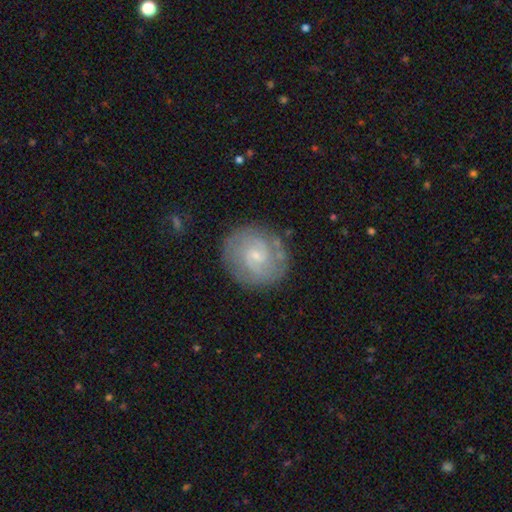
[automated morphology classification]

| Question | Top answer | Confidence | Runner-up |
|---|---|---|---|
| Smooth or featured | featured or disk | 70% | smooth (23%) |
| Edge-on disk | no | 98% | yes (2%) |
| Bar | no | 48% | weak (46%) |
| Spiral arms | yes | 88% | no (12%) |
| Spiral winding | tight | 54% | medium (35%) |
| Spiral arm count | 2 | 57% | can't tell (26%) |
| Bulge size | small | 67% | moderate (26%) |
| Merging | none | 81% | minor disturbance (13%) |